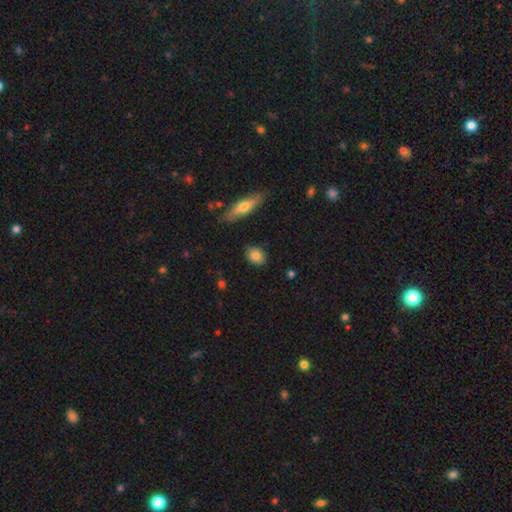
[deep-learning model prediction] This appears to be a smooth galaxy with no disk features (84%) that is in between round and cigar-shaped (55%). Merging: none (85%).